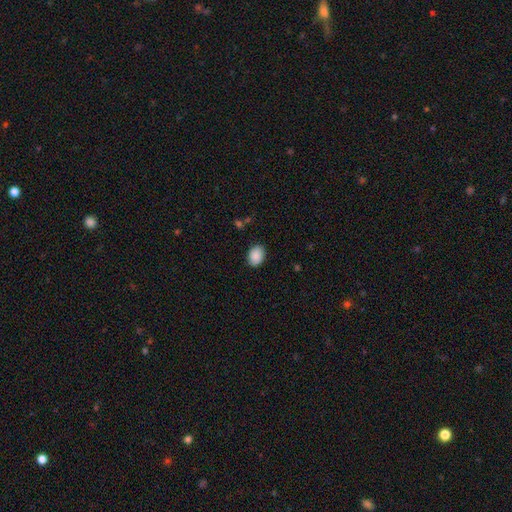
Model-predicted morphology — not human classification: A smooth galaxy with no disk features (88%) that is in between round and cigar-shaped (77%).

Vote fractions:
- Smooth or featured? smooth: 88% / star or artifact: 7% / featured or disk: 5%
- How rounded? in between: 77% / round: 22% / cigar-shaped: 1%
- Merging? none: 85% / minor disturbance: 11% / major disturbance: 2% / merger: 1%